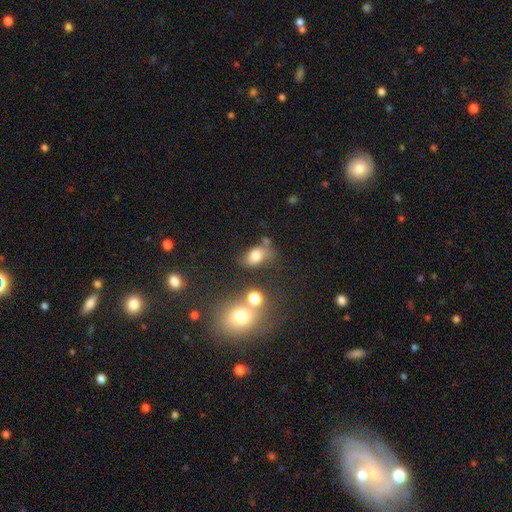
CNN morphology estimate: Overall: smooth (75%). How rounded: in between (77%). Merging: none (54%; minor disturbance 22%).